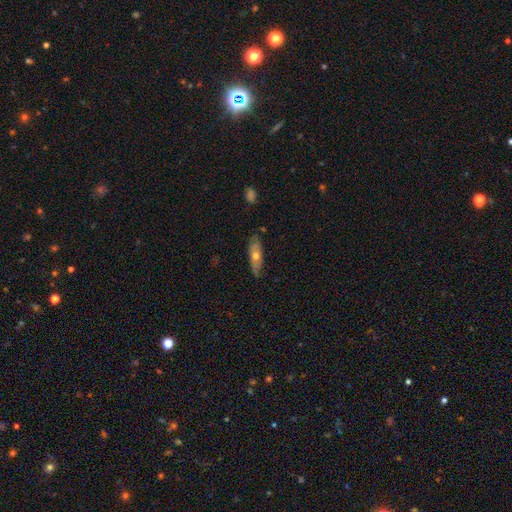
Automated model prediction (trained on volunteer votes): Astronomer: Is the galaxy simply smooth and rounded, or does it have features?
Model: smooth — 51% (runner-up: featured or disk, 43%).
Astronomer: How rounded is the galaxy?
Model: in between — 51% (runner-up: cigar-shaped, 45%).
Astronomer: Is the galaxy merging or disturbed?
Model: none — 74%.